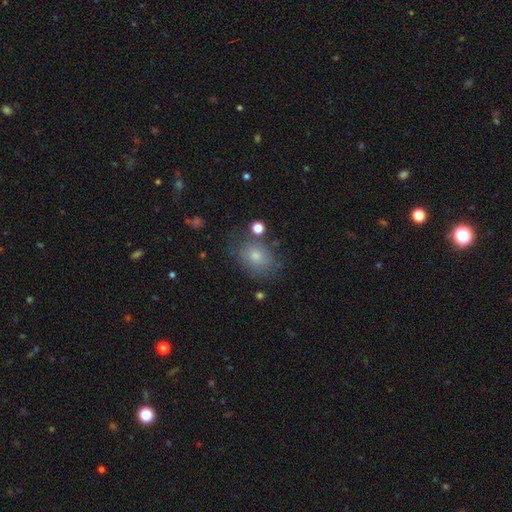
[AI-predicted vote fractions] smooth_or_featured: smooth (p=0.68) [alt: star or artifact p=0.17]
how_rounded: in between (p=0.55) [alt: round p=0.43]
merging: none (p=0.72) [alt: minor disturbance p=0.16]